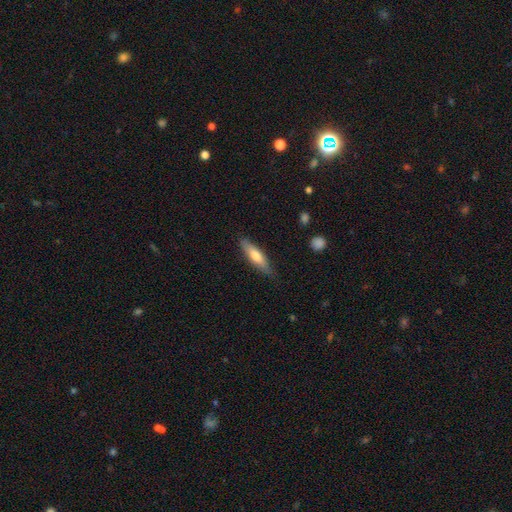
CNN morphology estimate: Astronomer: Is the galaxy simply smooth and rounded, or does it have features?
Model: smooth — 63%.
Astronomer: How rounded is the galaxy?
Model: cigar-shaped — 69%.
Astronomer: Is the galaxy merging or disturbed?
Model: none — 82%.